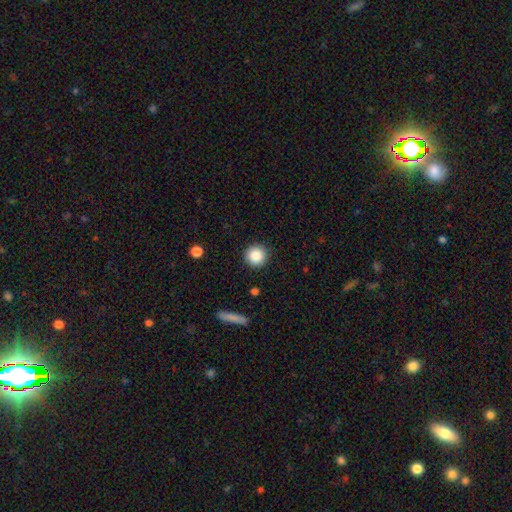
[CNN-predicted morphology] Smooth or featured? smooth (87%)
How rounded? round (95%)
Merging? none (91%)